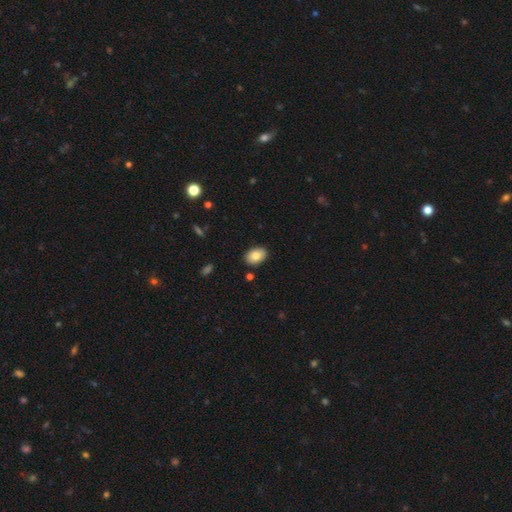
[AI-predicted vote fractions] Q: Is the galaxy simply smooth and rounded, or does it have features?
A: smooth — 84%.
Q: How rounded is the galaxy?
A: in between — 86%.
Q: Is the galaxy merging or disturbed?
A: none — 88%.